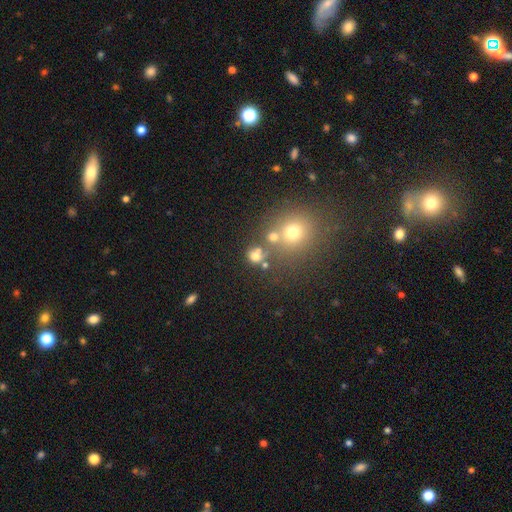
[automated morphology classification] Smooth or featured: smooth — 70% (star or artifact — 20%)
How rounded: round — 82% (in between — 17%)
Merging: none — 58% (merger — 26%)